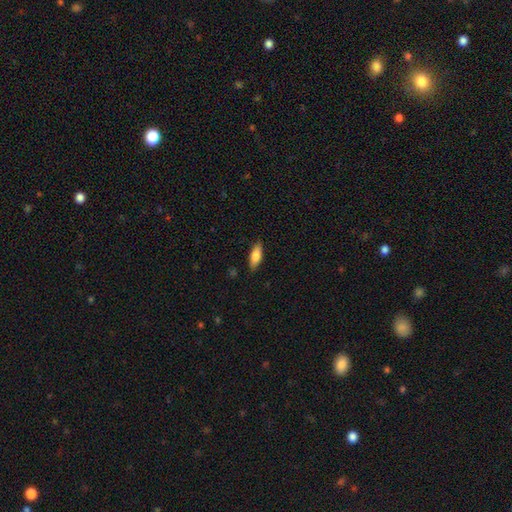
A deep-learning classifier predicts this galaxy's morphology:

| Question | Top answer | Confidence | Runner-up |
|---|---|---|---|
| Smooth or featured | smooth | 77% | featured or disk (17%) |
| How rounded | in between | 64% | cigar-shaped (33%) |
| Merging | none | 88% | minor disturbance (9%) |